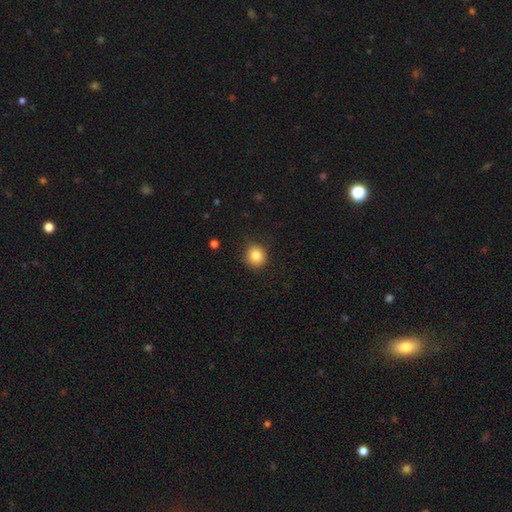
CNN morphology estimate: smooth-or-featured: smooth: 84% | star or artifact: 10% | featured or disk: 6%
  how-rounded: round: 86% | in between: 13% | cigar-shaped: 1%
  merging: none: 86% | minor disturbance: 10% | major disturbance: 3% | merger: 1%